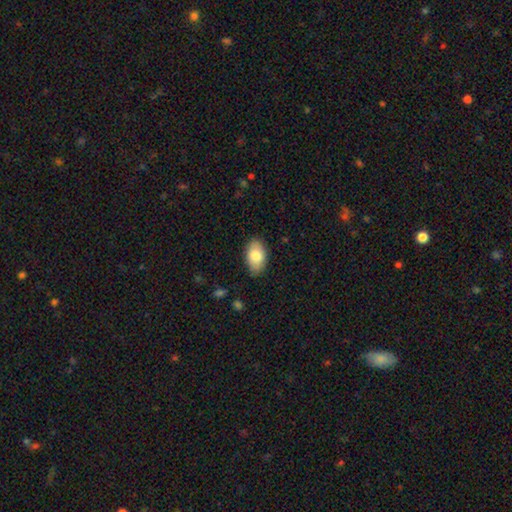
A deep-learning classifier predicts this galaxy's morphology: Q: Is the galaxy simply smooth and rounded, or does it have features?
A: smooth — 80%.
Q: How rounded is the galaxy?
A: in between — 93%.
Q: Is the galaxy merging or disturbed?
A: none — 83%.